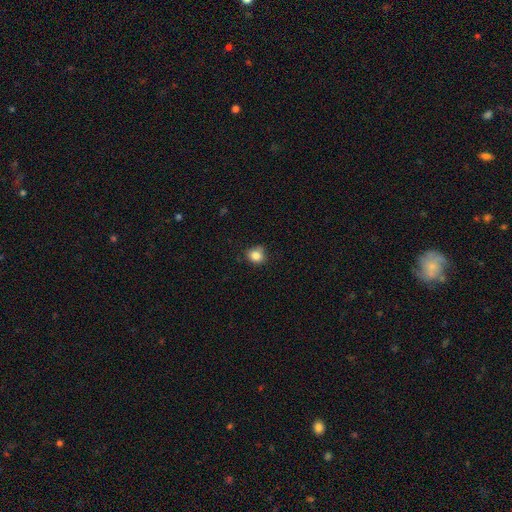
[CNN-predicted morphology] type=smooth (84%); roundness=round (77%); merging=none (74%).